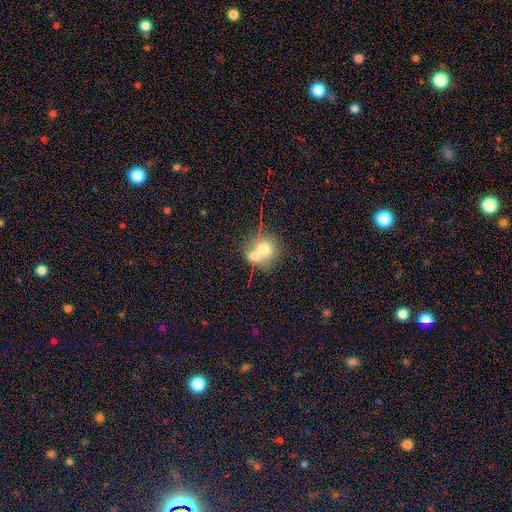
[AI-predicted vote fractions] Smooth or featured: smooth — 67% (featured or disk — 22%)
How rounded: round — 82% (in between — 16%)
Merging: merger — 51% (none — 36%)